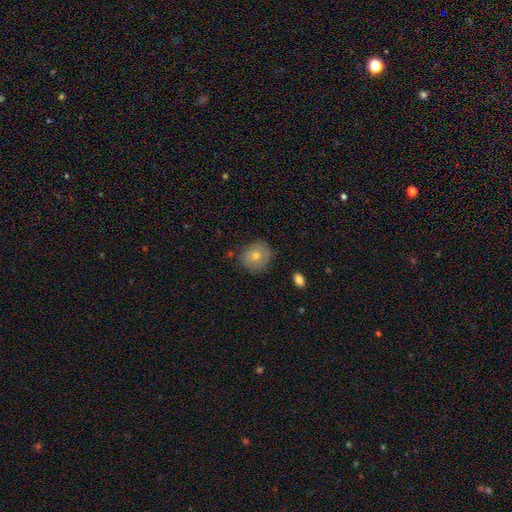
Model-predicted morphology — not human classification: smooth-or-featured: smooth: 63% | featured or disk: 26% | star or artifact: 12%
  how-rounded: round: 86% | in between: 13% | cigar-shaped: 1%
  merging: none: 83% | minor disturbance: 12% | major disturbance: 3% | merger: 2%